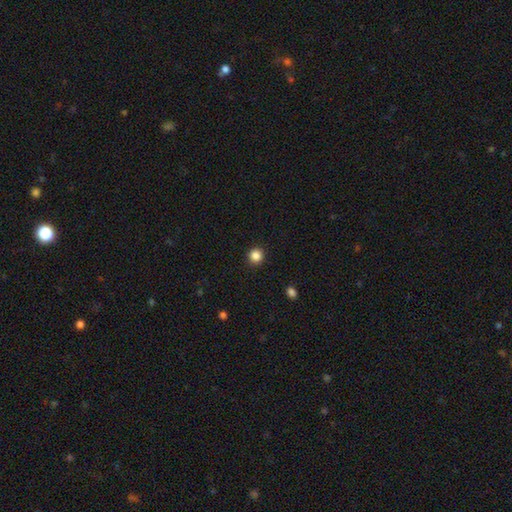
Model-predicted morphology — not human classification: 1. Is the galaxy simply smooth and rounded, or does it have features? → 85% smooth, 11% star or artifact, 4% featured or disk.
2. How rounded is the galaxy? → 93% round, 6% in between, 1% cigar-shaped.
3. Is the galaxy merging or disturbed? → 92% none, 5% minor disturbance, 2% major disturbance, 1% merger.